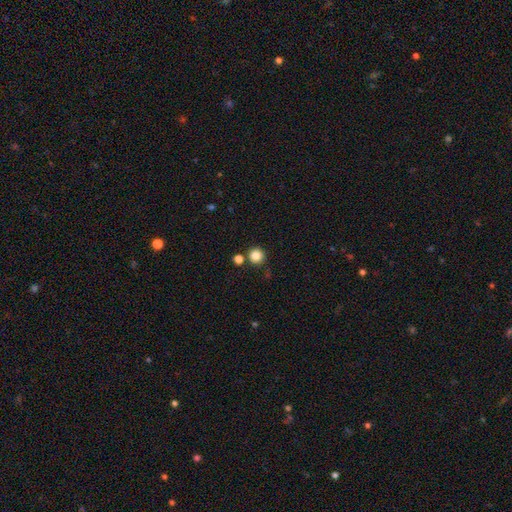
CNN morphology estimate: Smooth or featured?
  - smooth: 85% *
  - star or artifact: 11%
  - featured or disk: 4%
How rounded?
  - round: 94% *
  - in between: 5%
  - cigar-shaped: 1%
Merging?
  - none: 82% *
  - merger: 8%
  - minor disturbance: 7%
  - major disturbance: 2%